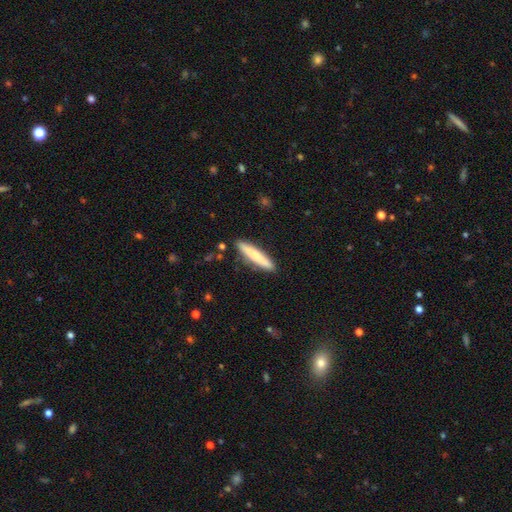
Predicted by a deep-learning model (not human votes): The model was most divided on "smooth or featured": smooth: 70%, featured or disk: 25%, star or artifact: 6%. More confident: how rounded — cigar-shaped (90%); merging — none (88%).